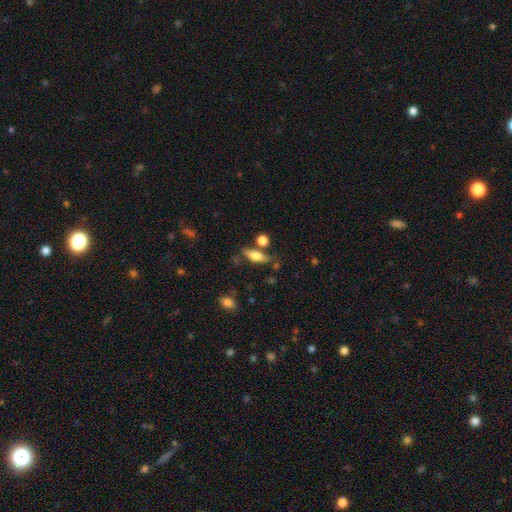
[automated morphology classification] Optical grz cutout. It shows a smooth galaxy with no disk features (65%) that is in between round and cigar-shaped (62%). Merging: none (66%).